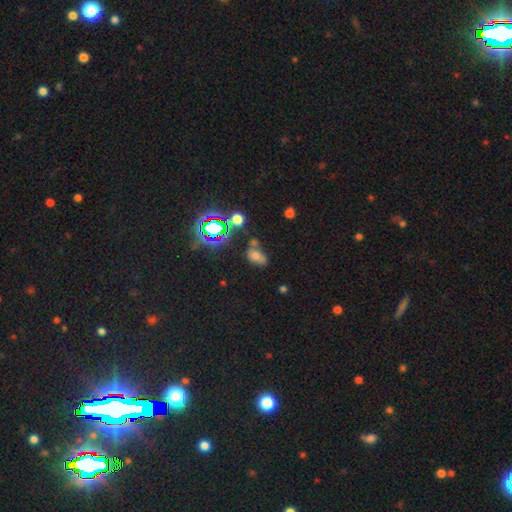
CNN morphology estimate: A smooth galaxy with no disk features (57%) that is in between round and cigar-shaped (86%).

Vote fractions:
- Smooth or featured? smooth: 57% / star or artifact: 29% / featured or disk: 13%
- How rounded? in between: 86% / round: 12% / cigar-shaped: 3%
- Merging? none: 53% / minor disturbance: 21% / merger: 17% / major disturbance: 9%